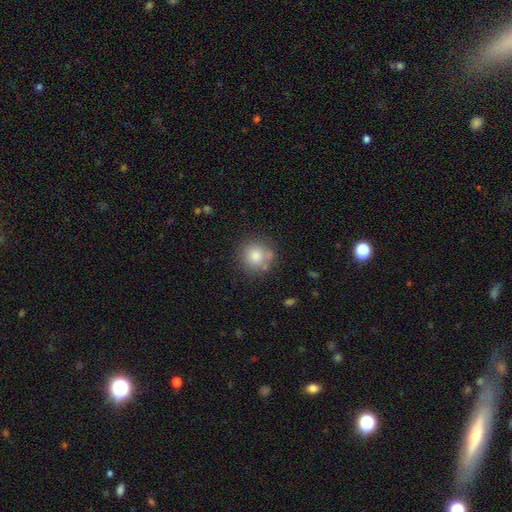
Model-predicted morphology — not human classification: smooth-or-featured: smooth: 80% | star or artifact: 11% | featured or disk: 9%
  how-rounded: round: 93% | in between: 6% | cigar-shaped: 1%
  merging: none: 75% | minor disturbance: 13% | merger: 7% | major disturbance: 4%